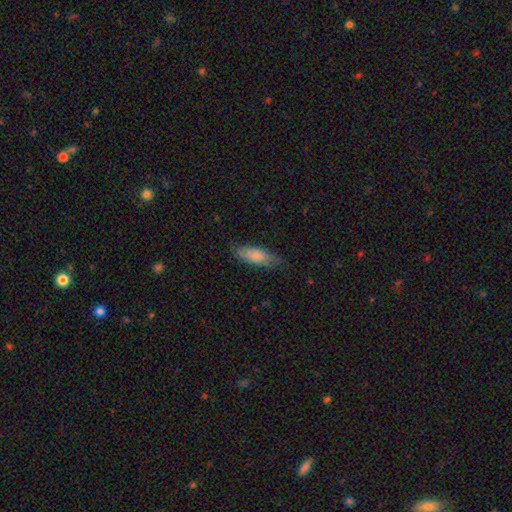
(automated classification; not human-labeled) Smooth or featured? Predicted: smooth (p=0.79). How rounded? Predicted: in between (p=0.73). Merging? Predicted: none (p=0.68).